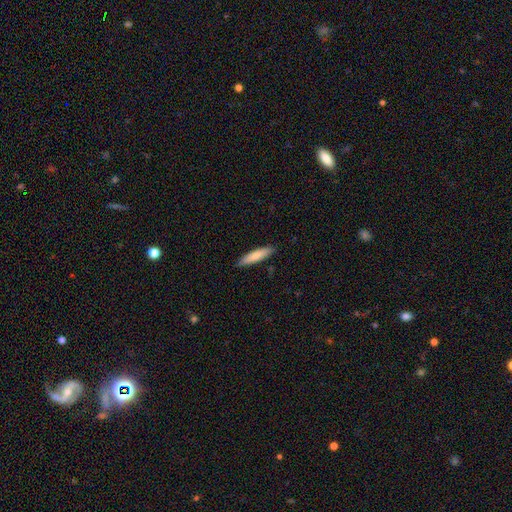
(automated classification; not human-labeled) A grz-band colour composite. It shows a smooth galaxy with no disk features (81%) that is cigar-shaped (84%). Merging: none (89%).